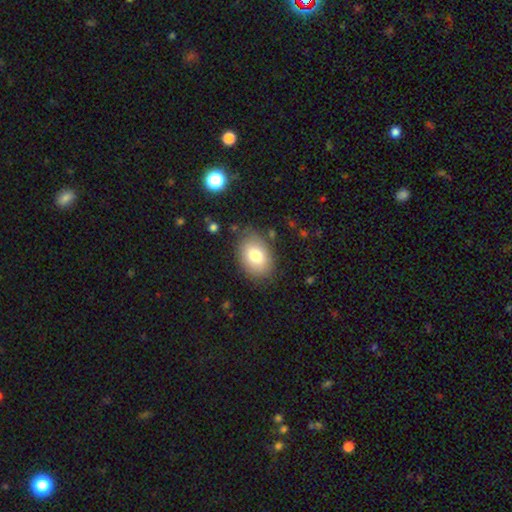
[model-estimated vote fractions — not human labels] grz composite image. It shows a smooth galaxy with no disk features (80%) that is in between round and cigar-shaped (82%). Merging: none (81%).